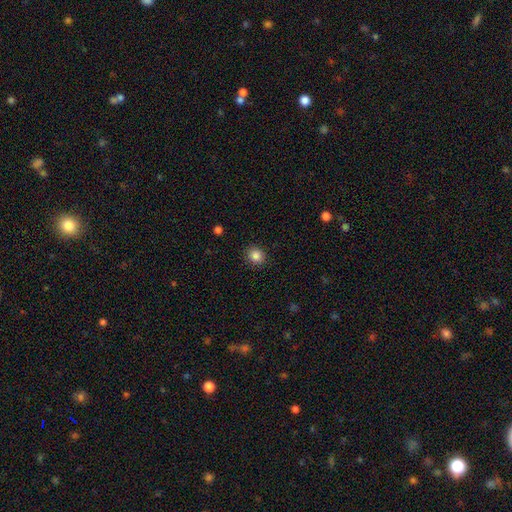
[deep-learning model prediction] Morphology: type=smooth (86%); roundness=round (79%); merging=none (90%).